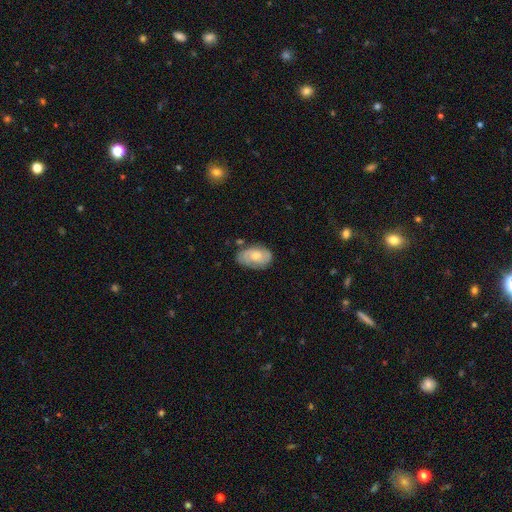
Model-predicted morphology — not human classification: smooth 49%, featured or disk 45%, star or artifact 7%. Down the decision tree: merging — none (67%).